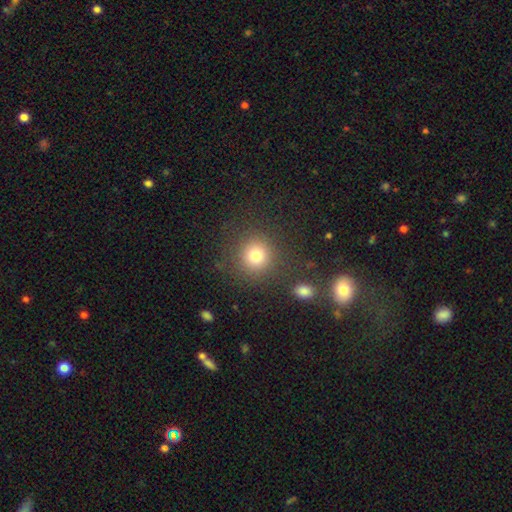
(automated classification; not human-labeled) smooth 79%, star or artifact 14%, featured or disk 8%. Down the decision tree: how rounded — round (91%); merging — none (82%).